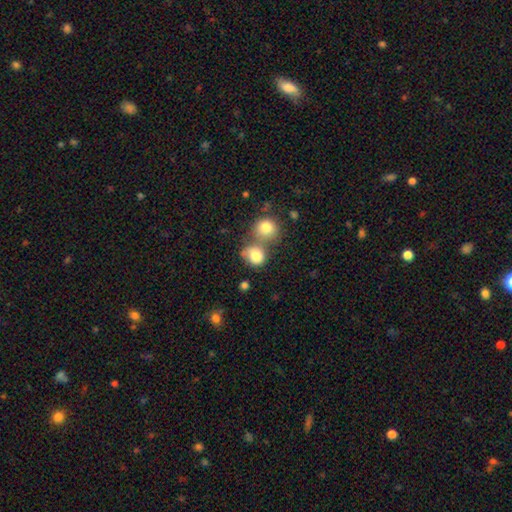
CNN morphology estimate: Q: Smooth or featured?
A: smooth (82%); runner-up: featured or disk (9%)
Q: How rounded?
A: round (66%); runner-up: in between (33%)
Q: Merging?
A: merger (45%); runner-up: none (36%)